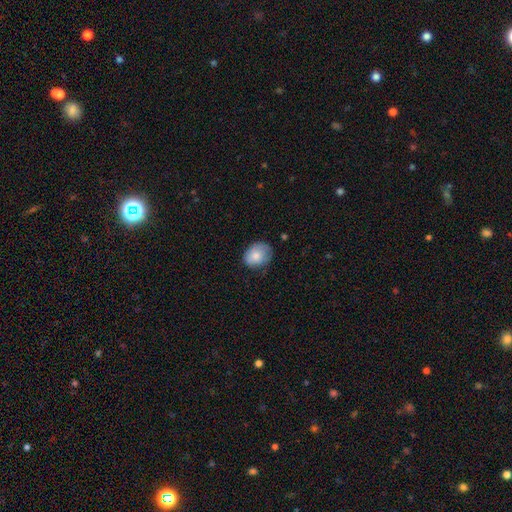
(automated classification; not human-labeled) Smooth or featured: smooth — 78% (featured or disk — 15%)
How rounded: in between — 56% (round — 43%)
Merging: none — 66% (minor disturbance — 27%)